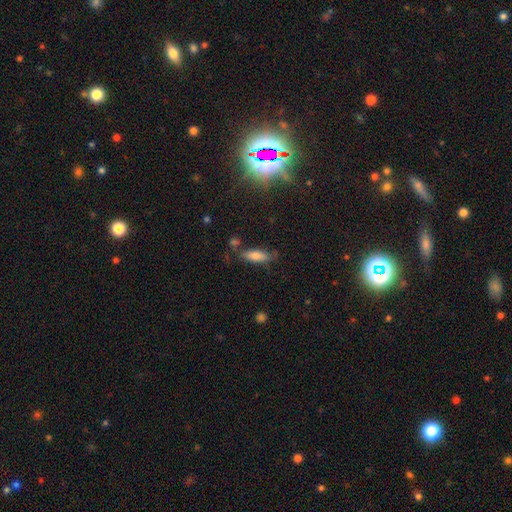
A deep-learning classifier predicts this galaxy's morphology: Overall: smooth (72%). How rounded: in between (56%; cigar-shaped 41%). Merging: none (65%).